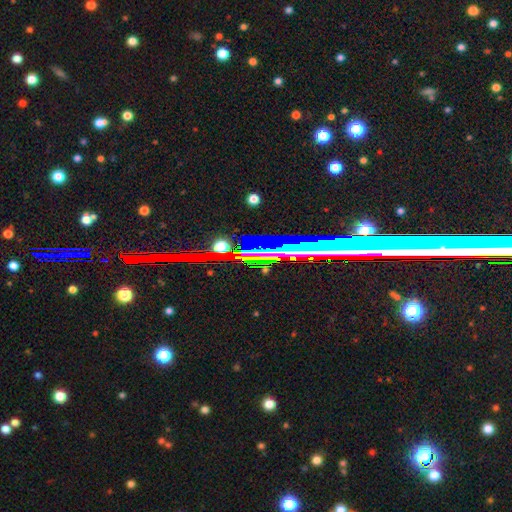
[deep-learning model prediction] Smooth or featured? star or artifact (56%)